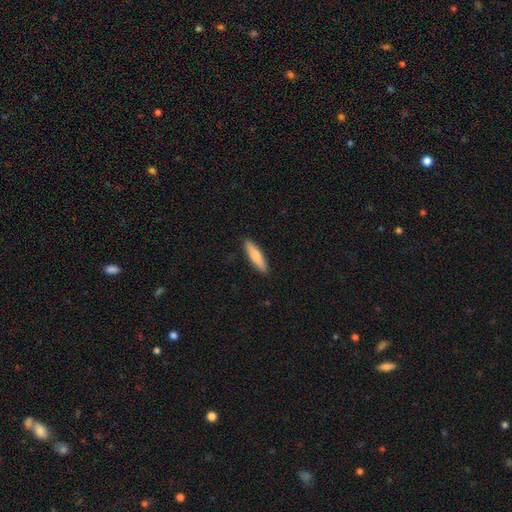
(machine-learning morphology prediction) smooth 72%, featured or disk 23%, star or artifact 5%. Down the decision tree: how rounded — cigar-shaped (78%); merging — none (91%).